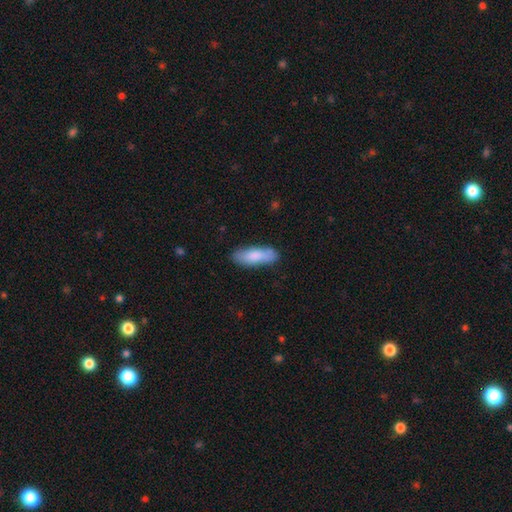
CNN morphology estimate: smooth_or_featured: smooth (p=0.81) [alt: featured or disk p=0.13]
how_rounded: in between (p=0.57) [alt: cigar-shaped p=0.42]
merging: none (p=0.78) [alt: minor disturbance p=0.17]